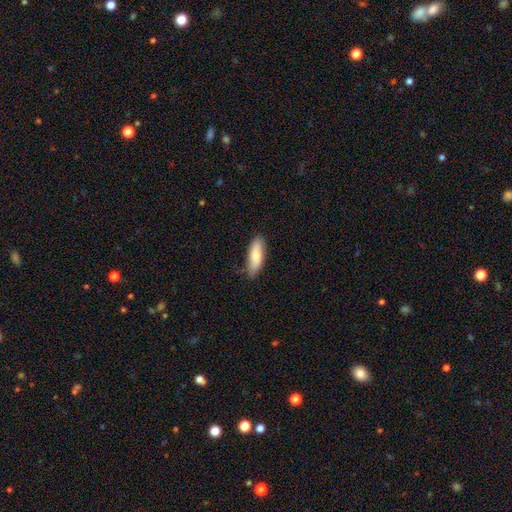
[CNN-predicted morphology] Smooth or featured?
  - smooth: 76% *
  - featured or disk: 18%
  - star or artifact: 6%
How rounded?
  - in between: 59% *
  - cigar-shaped: 39%
  - round: 2%
Merging?
  - none: 83% *
  - minor disturbance: 14%
  - major disturbance: 2%
  - merger: 1%